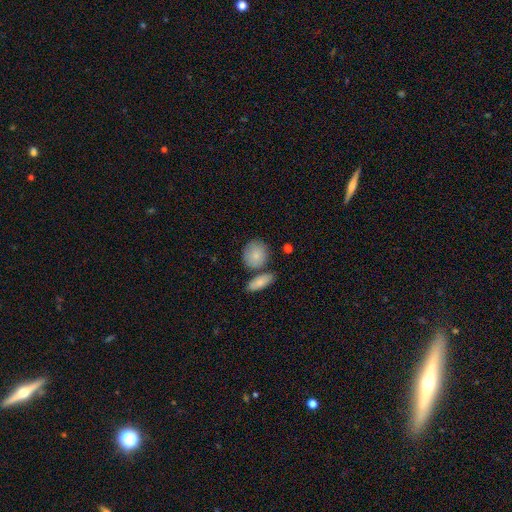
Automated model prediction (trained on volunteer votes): The model was most divided on "merging": none: 63%, merger: 18%, minor disturbance: 15%, major disturbance: 4%. More confident: smooth or featured — smooth (84%); how rounded — round (73%).